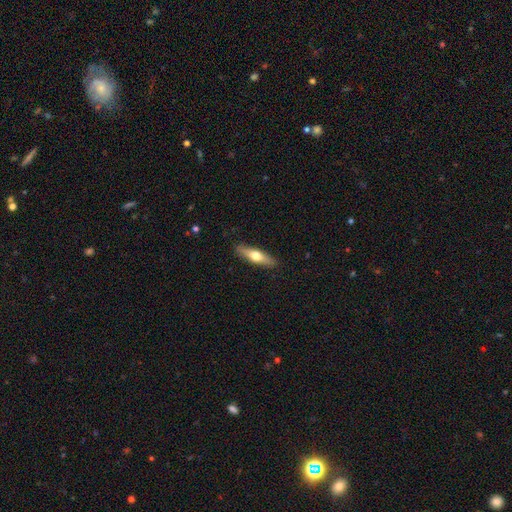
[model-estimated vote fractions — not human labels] Overall: smooth (53%; featured or disk 41%). How rounded: cigar-shaped (68%; in between 30%). Merging: none (88%).